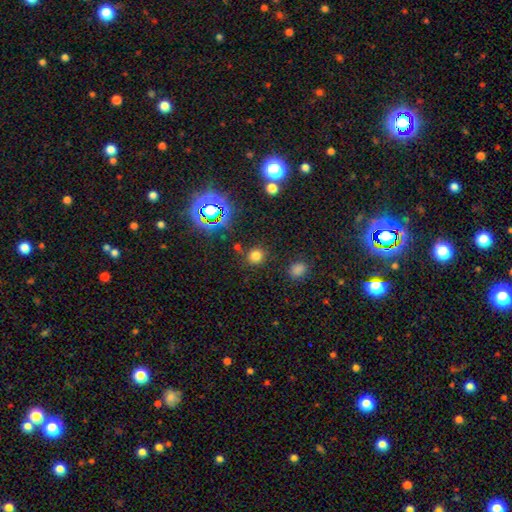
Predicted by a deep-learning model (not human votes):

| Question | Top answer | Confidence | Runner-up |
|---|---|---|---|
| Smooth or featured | smooth | 73% | star or artifact (21%) |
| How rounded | round | 85% | in between (14%) |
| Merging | none | 85% | minor disturbance (8%) |